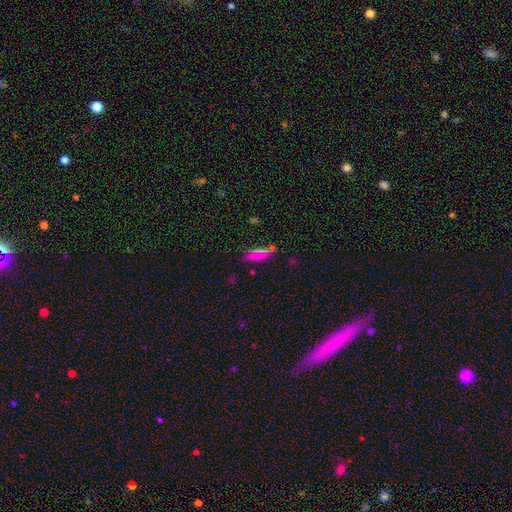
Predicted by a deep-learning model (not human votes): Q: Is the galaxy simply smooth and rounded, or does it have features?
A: smooth — 68%.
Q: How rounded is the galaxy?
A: in between — 63%.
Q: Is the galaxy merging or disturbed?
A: none — 75%.